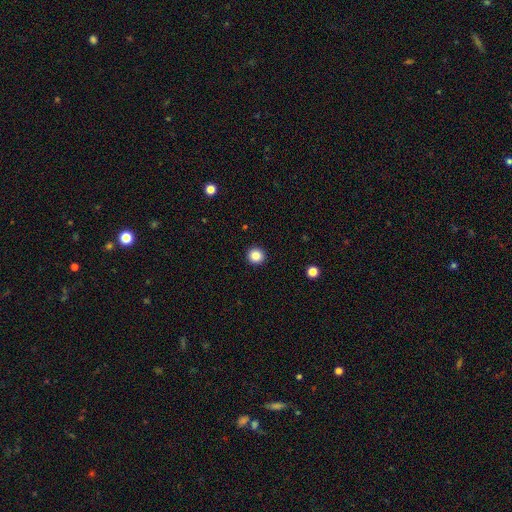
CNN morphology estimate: This is clearly a smooth galaxy (86%). How rounded: clearly round (95%). Merging: clearly none (93%).